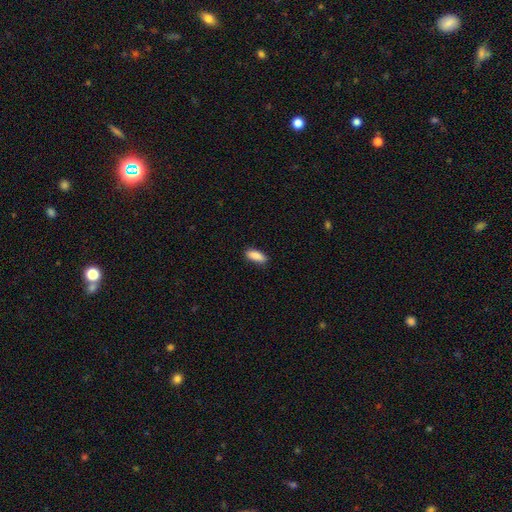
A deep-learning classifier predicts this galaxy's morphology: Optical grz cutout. It shows a smooth galaxy with no disk features (89%) that is in between round and cigar-shaped (75%). Merging: none (84%).